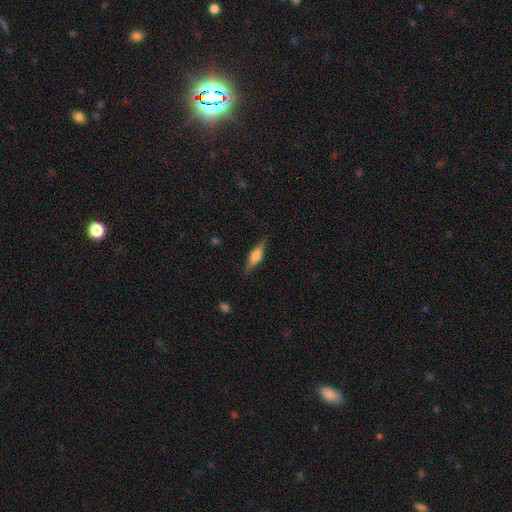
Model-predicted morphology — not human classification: Smooth or featured? Predicted: smooth (p=0.47, tied with featured or disk). Merging? Predicted: none (p=0.84).